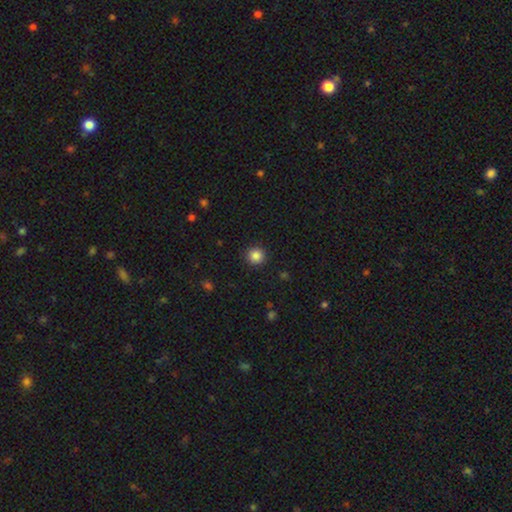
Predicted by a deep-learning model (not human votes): Smooth or featured: smooth — 86% (star or artifact — 11%)
How rounded: round — 94% (in between — 5%)
Merging: none — 92% (minor disturbance — 5%)